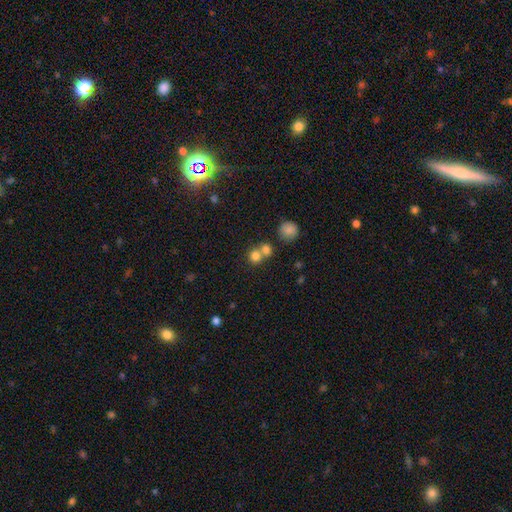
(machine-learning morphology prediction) Smooth or featured? Predicted: smooth (p=0.77). How rounded? Predicted: round (p=0.86). Merging? Predicted: merger (p=0.46).